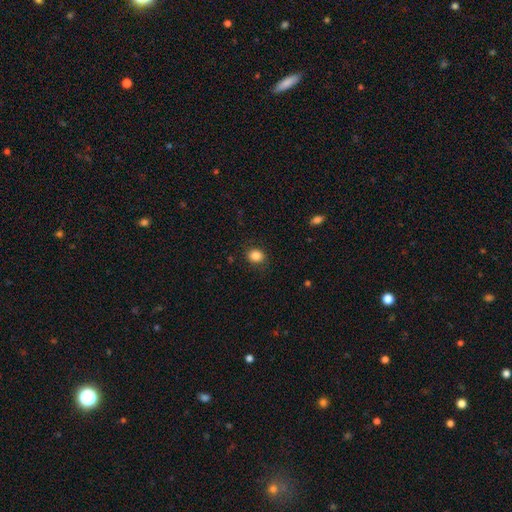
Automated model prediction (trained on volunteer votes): Smooth or featured: smooth — 85% (star or artifact — 10%)
How rounded: round — 67% (in between — 32%)
Merging: none — 87% (minor disturbance — 9%)